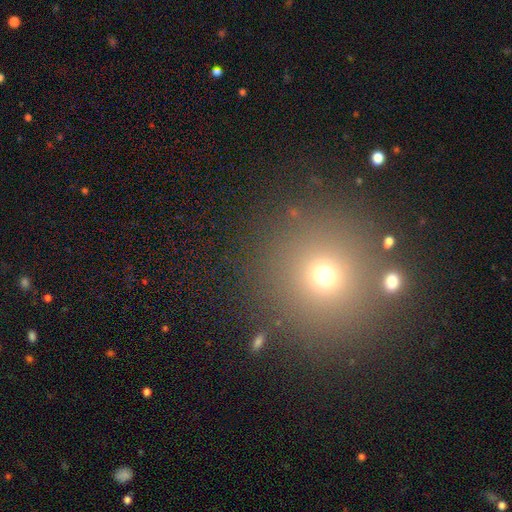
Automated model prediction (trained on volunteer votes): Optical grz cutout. It shows a smooth galaxy with no disk features (58%) that is round (94%). Merging: none (87%).